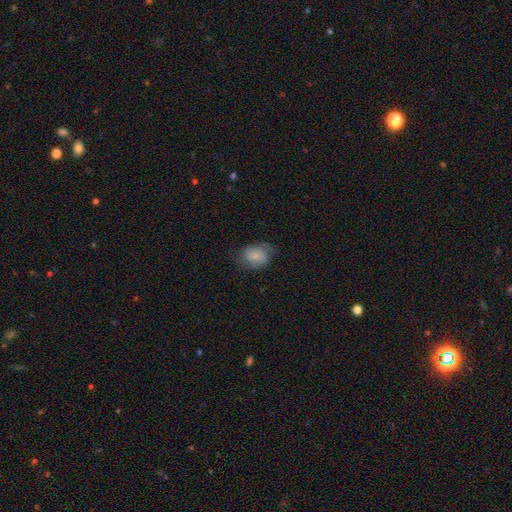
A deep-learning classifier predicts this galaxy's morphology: smooth_or_featured: smooth (p=0.63) [alt: featured or disk p=0.29]
how_rounded: in between (p=0.77) [alt: round p=0.22]
merging: none (p=0.59) [alt: minor disturbance p=0.27]